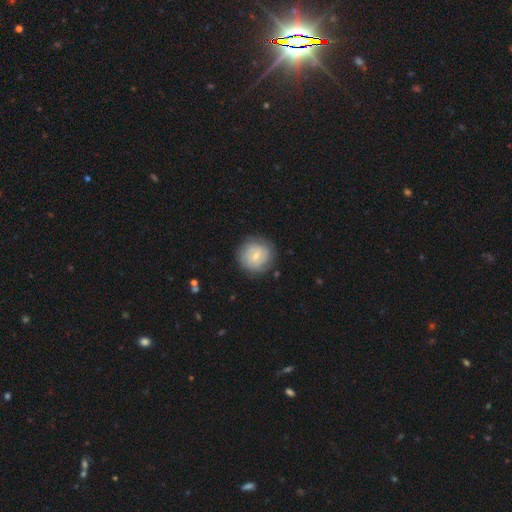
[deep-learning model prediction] A smooth galaxy with no disk features (55%) that is round (92%).

Vote fractions:
- Smooth or featured? smooth: 55% / featured or disk: 38% / star or artifact: 7%
- How rounded? round: 92% / in between: 7% / cigar-shaped: 1%
- Merging? none: 83% / minor disturbance: 12% / major disturbance: 4% / merger: 1%